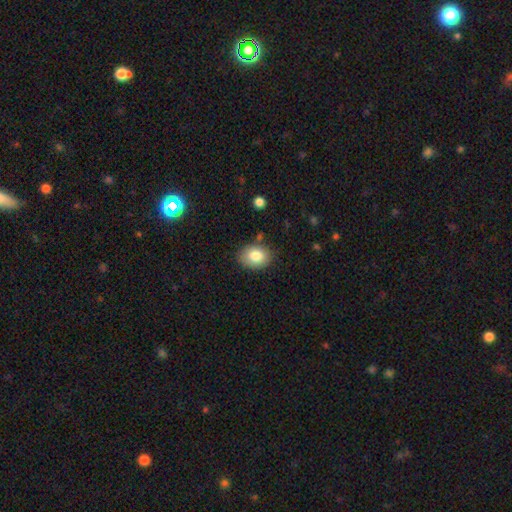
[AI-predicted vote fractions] Q: Smooth or featured?
A: smooth (82%); runner-up: featured or disk (10%)
Q: How rounded?
A: in between (72%); runner-up: round (27%)
Q: Merging?
A: none (81%); runner-up: minor disturbance (13%)